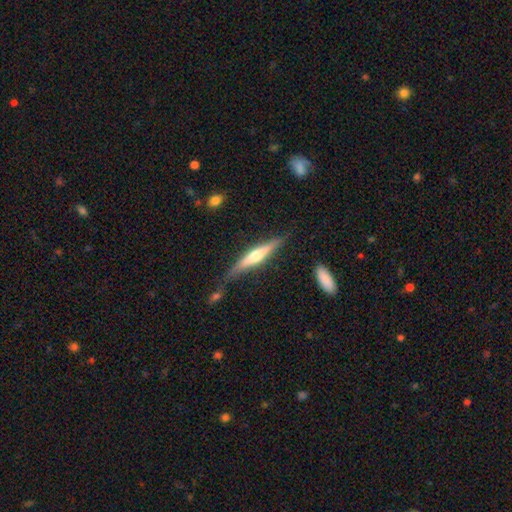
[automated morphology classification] Smooth or featured?
  - featured or disk: 61% *
  - smooth: 34%
  - star or artifact: 6%
Edge-on disk?
  - yes: 95% *
  - no: 5%
Edge-on bulge?
  - rounded: 79% *
  - none: 12%
  - boxy: 9%
Merging?
  - none: 73% *
  - minor disturbance: 18%
  - major disturbance: 5%
  - merger: 4%